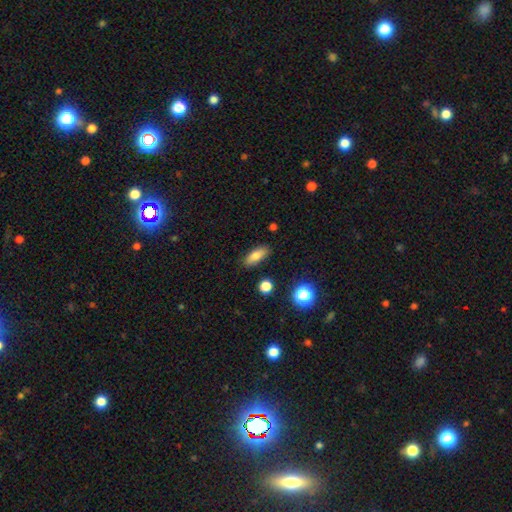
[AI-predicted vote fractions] smooth 79%, featured or disk 11%, star or artifact 9%. Down the decision tree: how rounded — in between (69%); merging — none (86%).